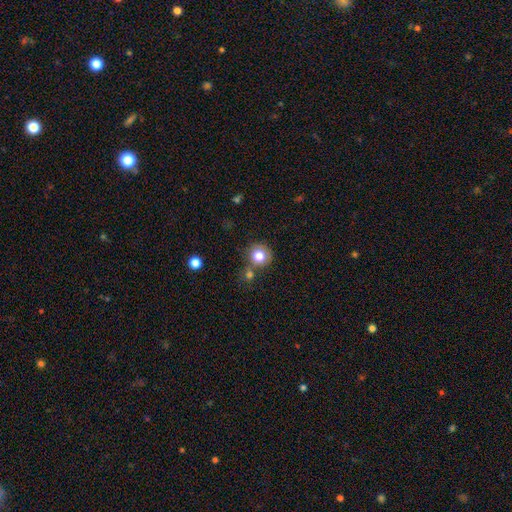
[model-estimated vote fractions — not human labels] smooth 64%, star or artifact 26%, featured or disk 9%. Down the decision tree: how rounded — round (88%); merging — none (68%).